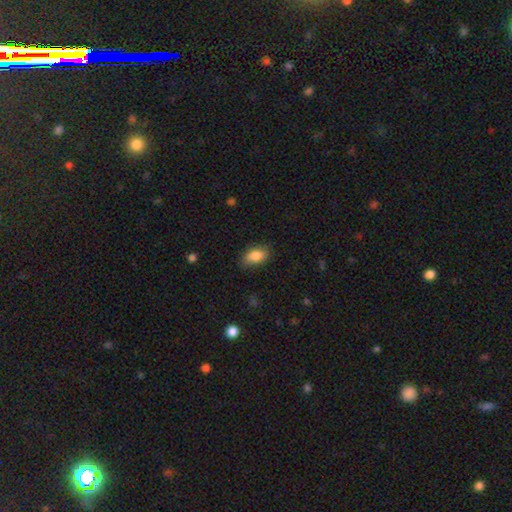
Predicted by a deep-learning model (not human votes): smooth 84%, featured or disk 9%, star or artifact 7%. Down the decision tree: how rounded — in between (91%); merging — none (80%).